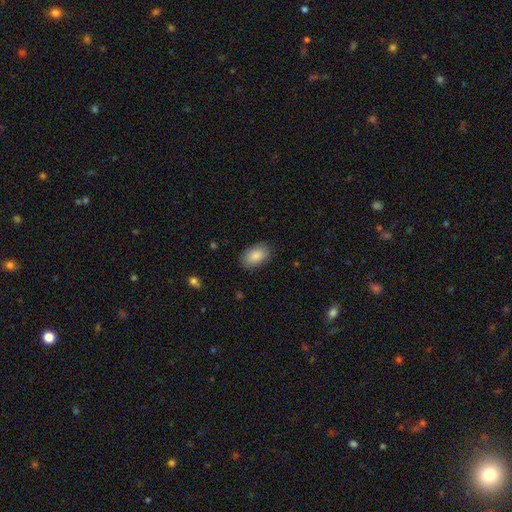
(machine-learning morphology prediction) smooth-or-featured: smooth: 88% | star or artifact: 6% | featured or disk: 6%
  how-rounded: in between: 92% | round: 7% | cigar-shaped: 1%
  merging: none: 86% | minor disturbance: 11% | major disturbance: 3% | merger: 1%